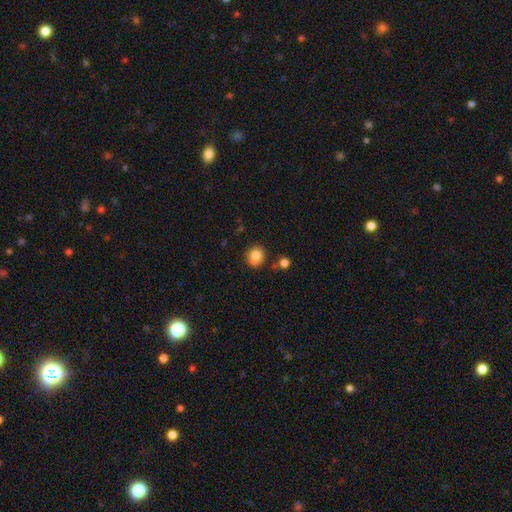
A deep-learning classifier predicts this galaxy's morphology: Smooth or featured? smooth (81%)
How rounded? round (79%)
Merging? none (77%)